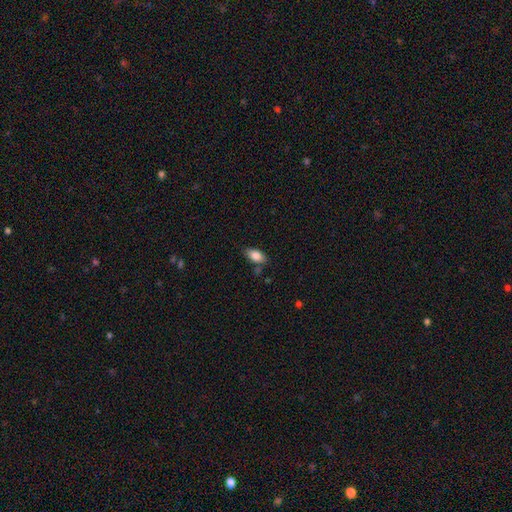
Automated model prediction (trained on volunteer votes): Smooth or featured? smooth (85%)
How rounded? in between (90%)
Merging? none (74%)